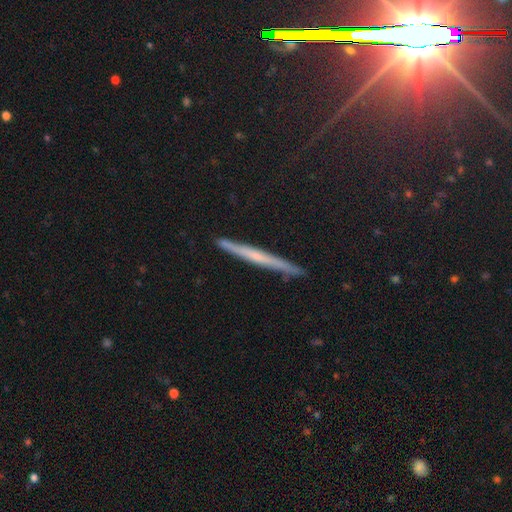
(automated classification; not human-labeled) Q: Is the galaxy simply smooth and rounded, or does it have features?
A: featured or disk — 54%.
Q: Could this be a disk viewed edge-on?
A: yes — 96%.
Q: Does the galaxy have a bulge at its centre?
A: none — 67%.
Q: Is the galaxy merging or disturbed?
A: none — 89%.